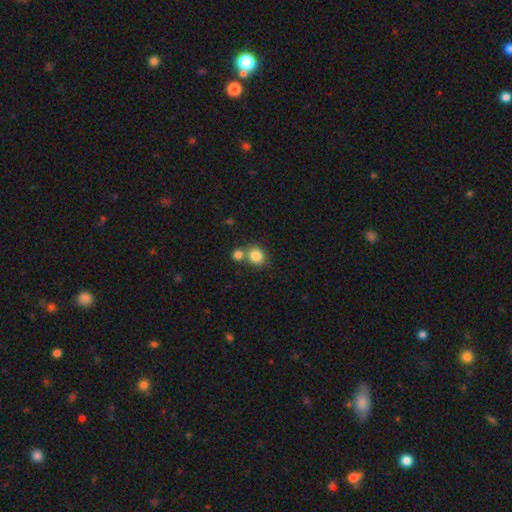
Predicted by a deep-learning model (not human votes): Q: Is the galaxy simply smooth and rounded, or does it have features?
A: smooth — 84%.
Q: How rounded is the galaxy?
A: round — 77%.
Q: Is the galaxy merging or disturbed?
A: none — 57%.